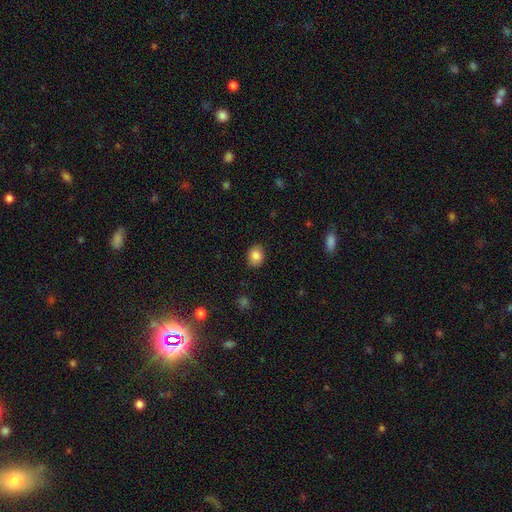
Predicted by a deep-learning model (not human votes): Smooth or featured: smooth — 86% (star or artifact — 9%)
How rounded: in between — 52% (round — 47%)
Merging: none — 86% (minor disturbance — 10%)